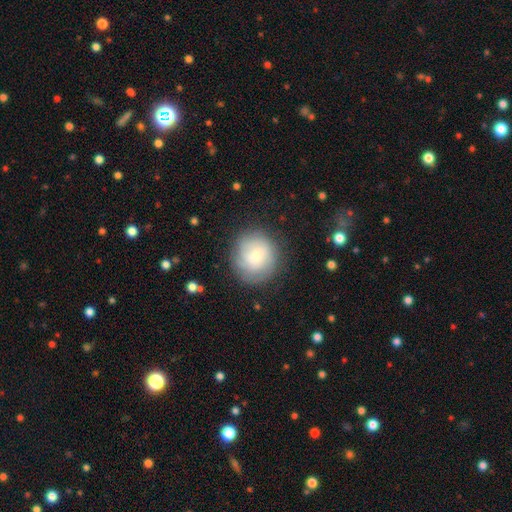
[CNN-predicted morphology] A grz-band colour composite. It shows a smooth galaxy with no disk features (56%) that is round (84%). Merging: none (78%).